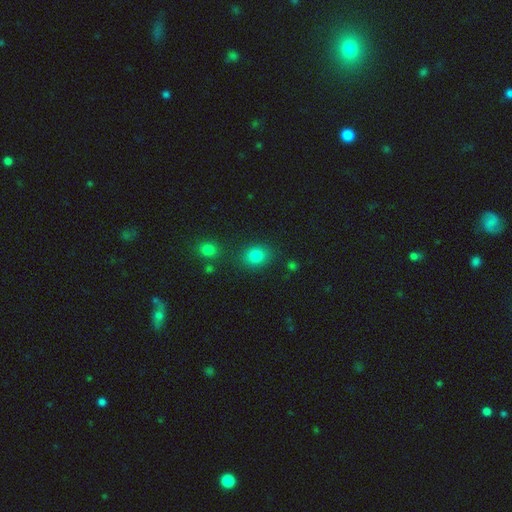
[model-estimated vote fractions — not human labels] Overall: smooth (82%). How rounded: round (58%; in between 41%). Merging: none (79%).